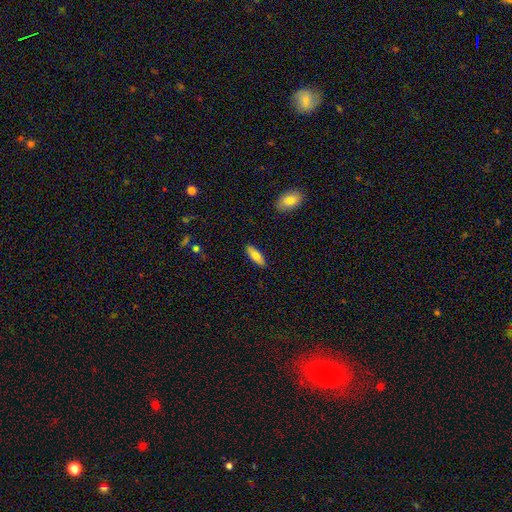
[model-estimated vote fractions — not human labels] Smooth or featured: smooth — 78% (featured or disk — 16%)
How rounded: in between — 62% (cigar-shaped — 36%)
Merging: none — 88% (minor disturbance — 9%)